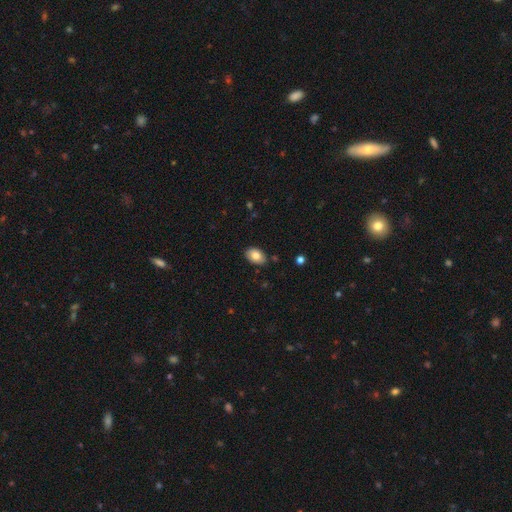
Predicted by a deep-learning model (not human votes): Overall: smooth (80%). How rounded: in between (88%). Merging: none (85%).